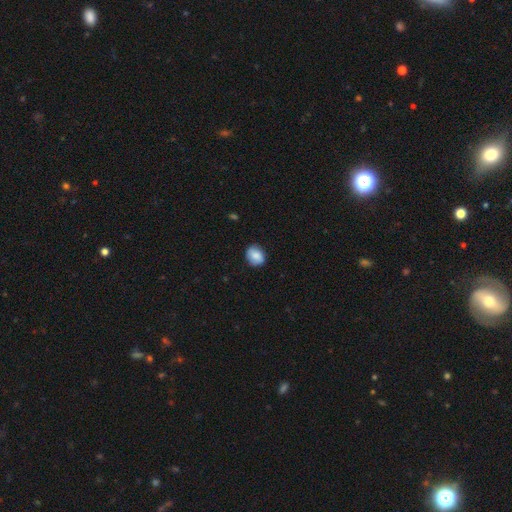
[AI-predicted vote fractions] Smooth or featured? smooth (82%)
How rounded? round (54%)
Merging? none (80%)